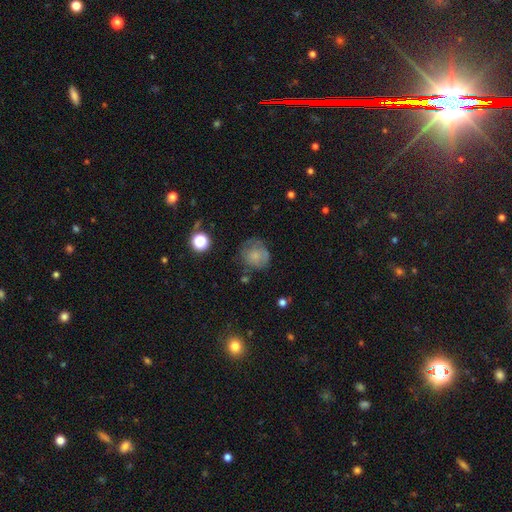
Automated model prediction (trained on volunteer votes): Morphology: type=smooth (68%); roundness=round (82%); merging=none (56%).